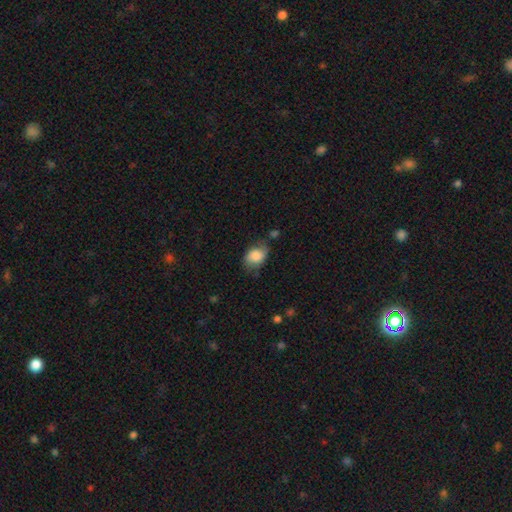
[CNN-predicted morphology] A smooth galaxy with no disk features (80%) that is in between round and cigar-shaped (77%).

Vote fractions:
- Smooth or featured? smooth: 80% / featured or disk: 13% / star or artifact: 7%
- How rounded? in between: 77% / round: 21% / cigar-shaped: 1%
- Merging? none: 57% / minor disturbance: 31% / major disturbance: 9% / merger: 4%